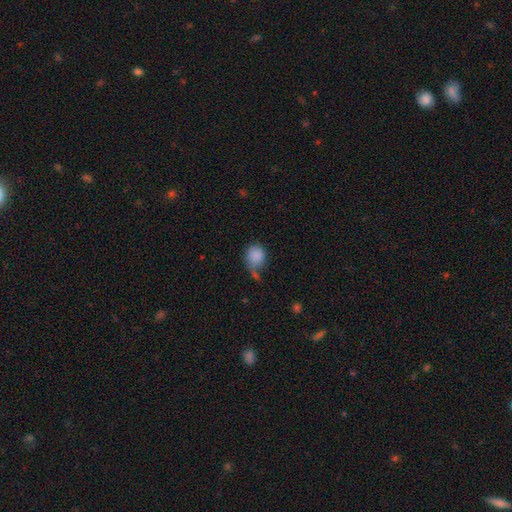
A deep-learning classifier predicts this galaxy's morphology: Smooth or featured?
  - smooth: 85% *
  - star or artifact: 8%
  - featured or disk: 7%
How rounded?
  - round: 75% *
  - in between: 24%
  - cigar-shaped: 1%
Merging?
  - none: 44% *
  - minor disturbance: 28%
  - major disturbance: 18%
  - merger: 10%